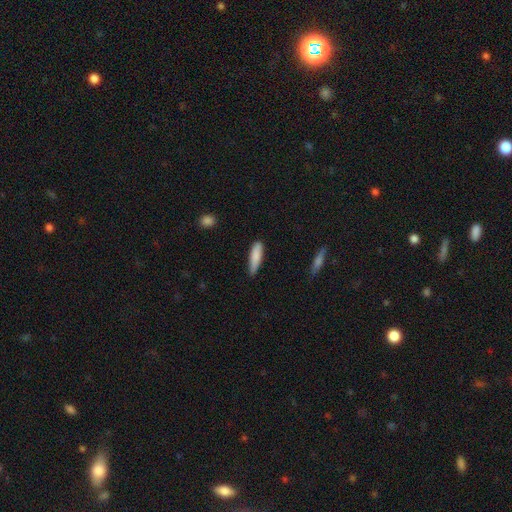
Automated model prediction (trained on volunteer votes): Smooth or featured: smooth — 84% (featured or disk — 10%)
How rounded: cigar-shaped — 68% (in between — 31%)
Merging: none — 72% (minor disturbance — 23%)